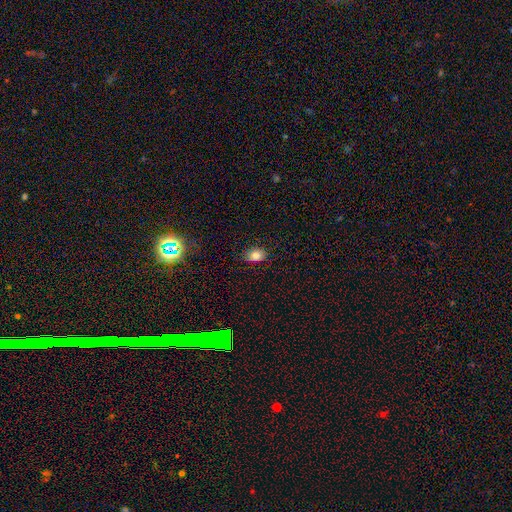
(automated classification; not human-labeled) Morphology: type=smooth (81%); roundness=in between (73%); merging=none (85%).